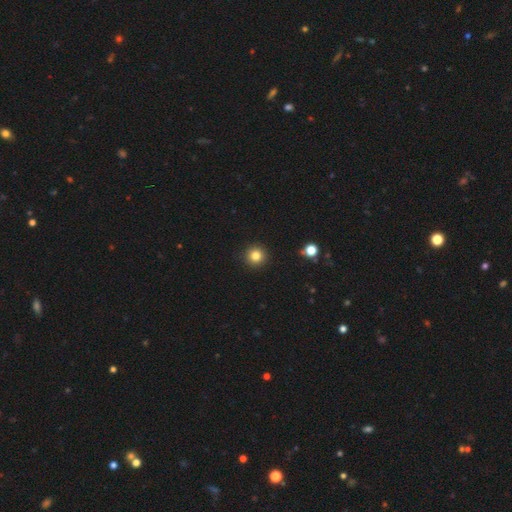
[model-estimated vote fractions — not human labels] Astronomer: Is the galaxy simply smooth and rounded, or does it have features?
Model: smooth — 82%.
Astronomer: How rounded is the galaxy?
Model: round — 95%.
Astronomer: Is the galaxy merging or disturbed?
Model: none — 92%.